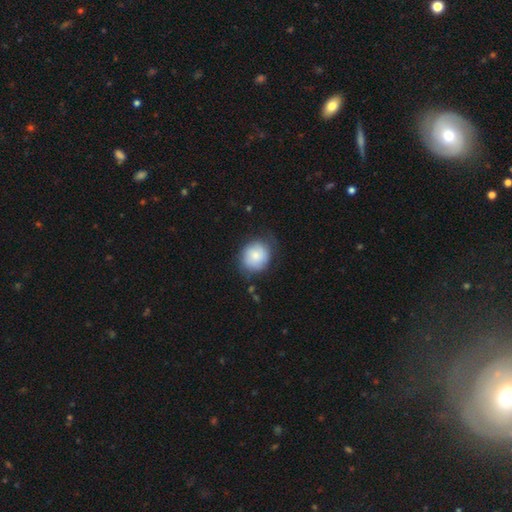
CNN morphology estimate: This is likely a smooth galaxy (75%). How rounded: likely round (77%). Merging: likely none (65%).